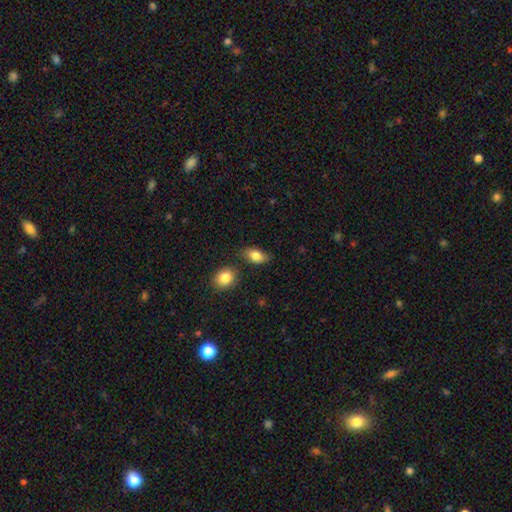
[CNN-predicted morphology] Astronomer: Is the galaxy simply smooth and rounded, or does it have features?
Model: smooth — 83%.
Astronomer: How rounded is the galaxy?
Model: in between — 88%.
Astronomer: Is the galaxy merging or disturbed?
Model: none — 73%.